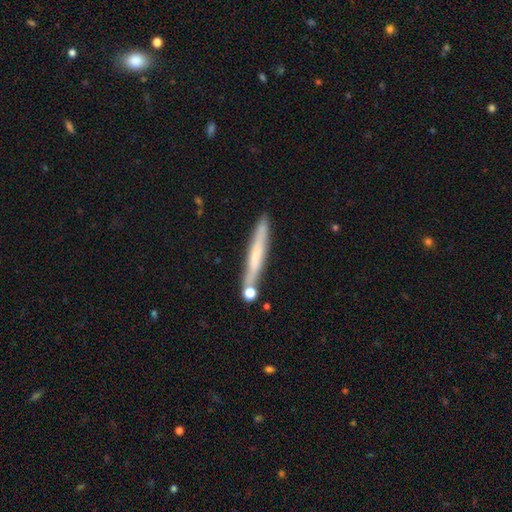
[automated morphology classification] type=smooth (50%); roundness=cigar-shaped (95%); merging=none (77%).